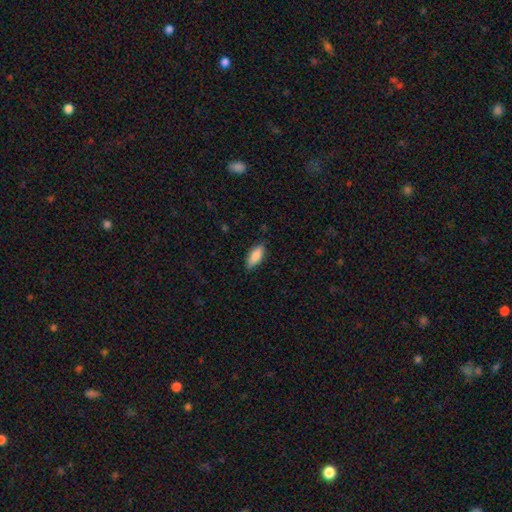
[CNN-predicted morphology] Q: Smooth or featured?
A: smooth (85%); runner-up: featured or disk (9%)
Q: How rounded?
A: in between (76%); runner-up: cigar-shaped (22%)
Q: Merging?
A: none (84%); runner-up: minor disturbance (13%)